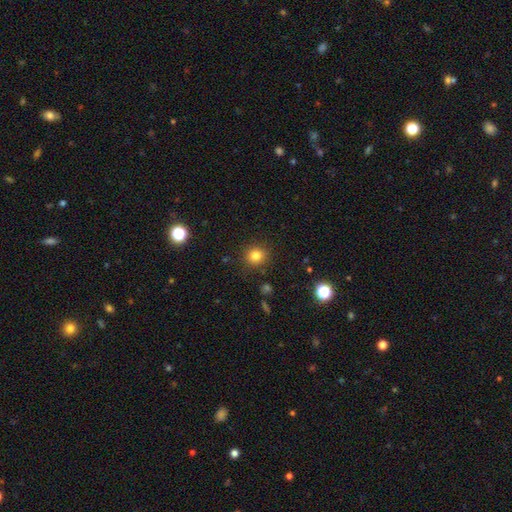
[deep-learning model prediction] This appears to be a smooth galaxy with no disk features (81%) that is round (89%). Merging: none (88%).